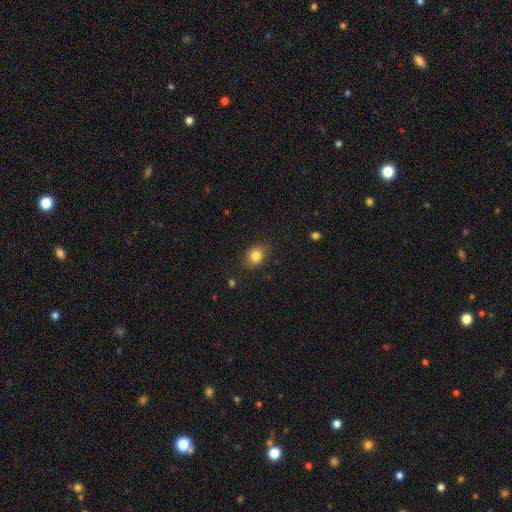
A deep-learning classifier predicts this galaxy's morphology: This is clearly a smooth galaxy (83%). How rounded: possibly in between (52%). Merging: clearly none (82%).